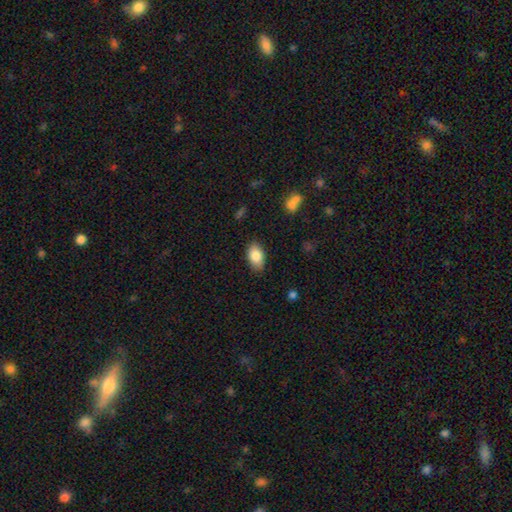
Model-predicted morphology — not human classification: smooth_or_featured: smooth (p=0.85) [alt: featured or disk p=0.08]
how_rounded: in between (p=0.92) [alt: round p=0.06]
merging: none (p=0.84) [alt: minor disturbance p=0.12]